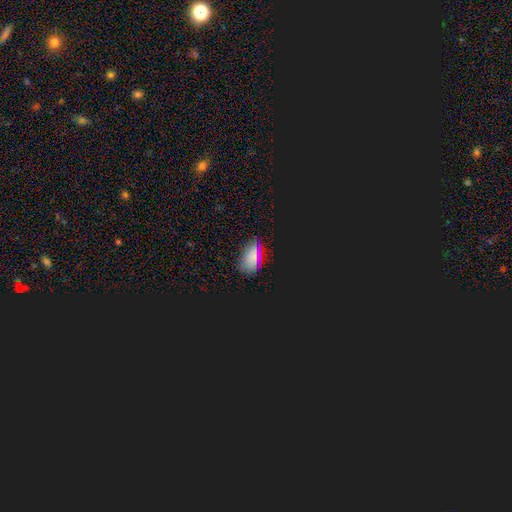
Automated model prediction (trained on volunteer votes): Q: Smooth or featured?
A: star or artifact (47%); runner-up: smooth (46%)